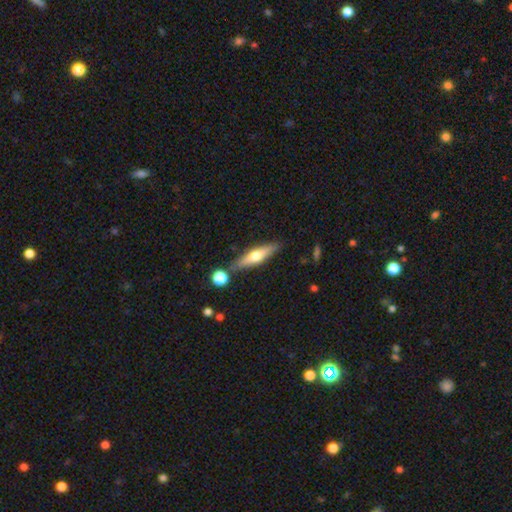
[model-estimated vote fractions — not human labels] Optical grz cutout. It shows a featured or disk galaxy (49%). Merging: none (80%).